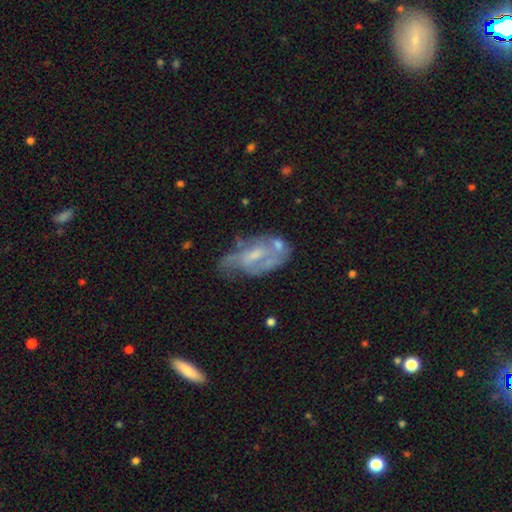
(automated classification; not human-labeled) featured or disk 67%, smooth 24%, star or artifact 8%. Down the decision tree: edge-on disk — no (94%); bar — no (50%); spiral arms — yes (59%); bulge size — small (45%); merging — none (41%).